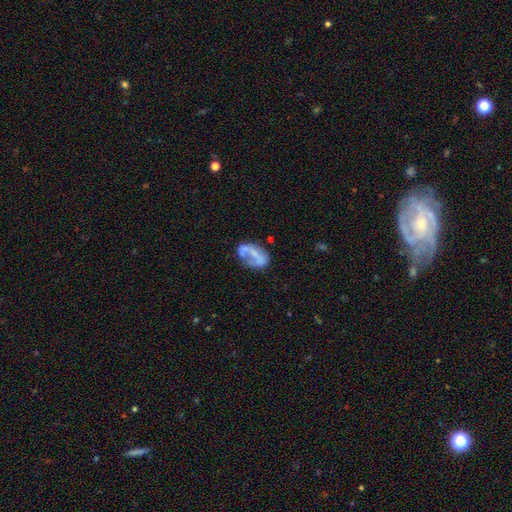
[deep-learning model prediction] A featured or disk galaxy (50%). Merging: none (44%).